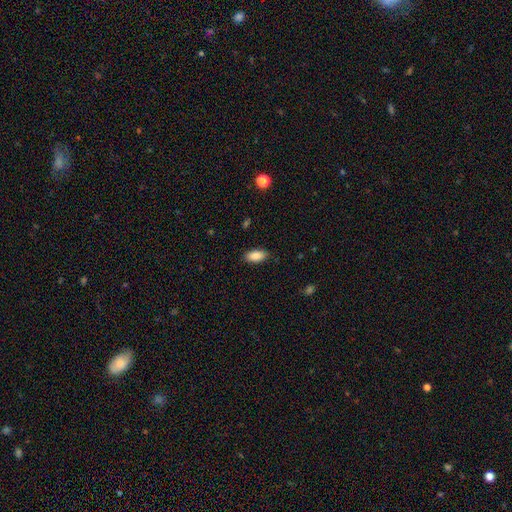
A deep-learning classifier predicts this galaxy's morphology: Smooth or featured? Predicted: smooth (p=0.87). How rounded? Predicted: in between (p=0.91). Merging? Predicted: none (p=0.86).